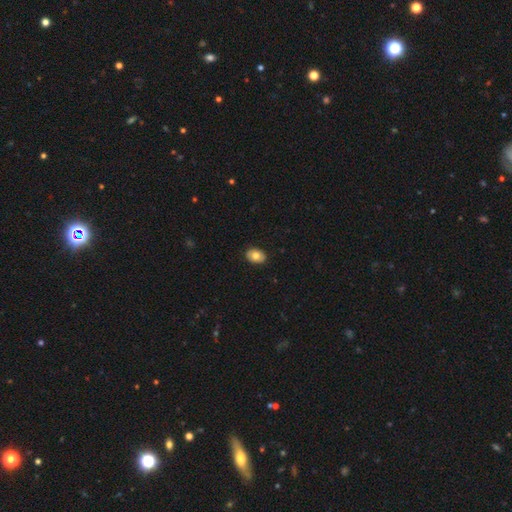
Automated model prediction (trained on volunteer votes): The model was most divided on "how rounded": in between: 75%, round: 24%, cigar-shaped: 1%. More confident: merging — none (89%); smooth or featured — smooth (76%).